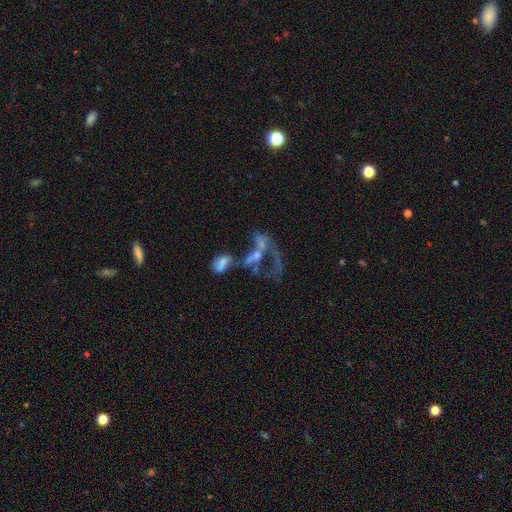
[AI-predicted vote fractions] The model was most divided on "bulge size": none: 44%, small: 30%, moderate: 21%, large: 4%, dominant: 2%. More confident: edge-on disk — no (94%); bar — no (76%); spiral arms — no (67%); smooth or featured — featured or disk (60%); merging — merger (53%).